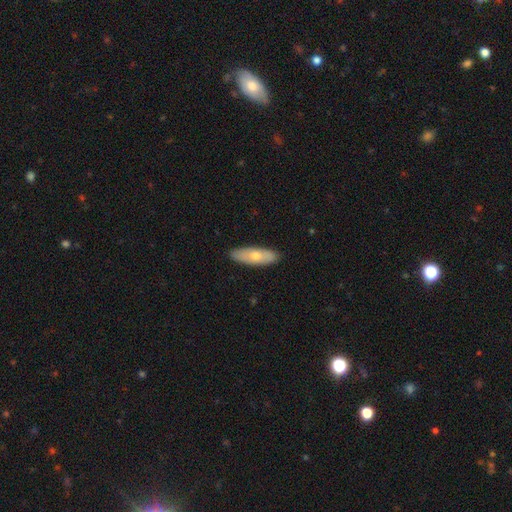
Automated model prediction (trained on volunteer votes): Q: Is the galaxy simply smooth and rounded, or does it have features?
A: smooth — 60%.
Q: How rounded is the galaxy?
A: in between — 53%.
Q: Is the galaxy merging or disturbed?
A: none — 89%.